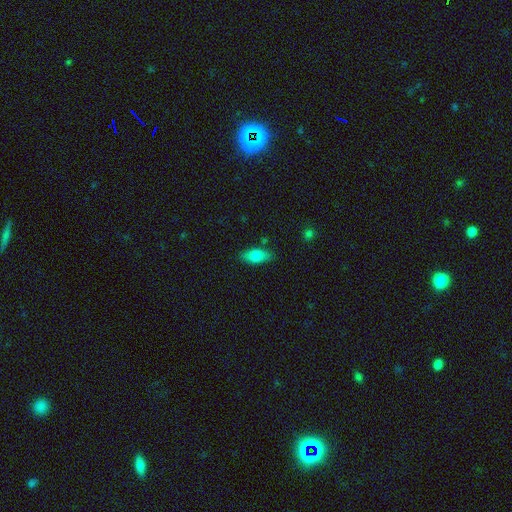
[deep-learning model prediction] The model was most divided on "smooth or featured": smooth: 75%, featured or disk: 17%, star or artifact: 7%. More confident: how rounded — in between (82%); merging — none (82%).